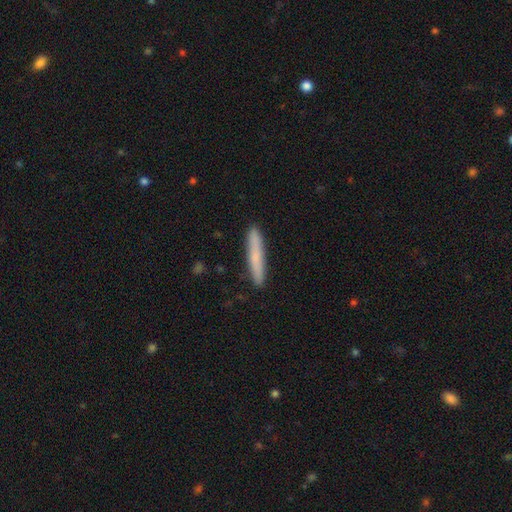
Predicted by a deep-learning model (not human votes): The model was most divided on "smooth or featured": smooth: 71%, featured or disk: 23%, star or artifact: 6%. More confident: how rounded — cigar-shaped (96%); merging — none (91%).